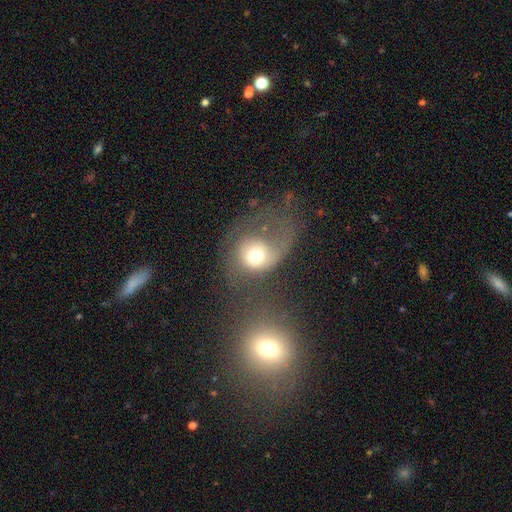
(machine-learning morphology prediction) Smooth or featured? Predicted: smooth (p=0.49). Merging? Predicted: major disturbance (p=0.51).